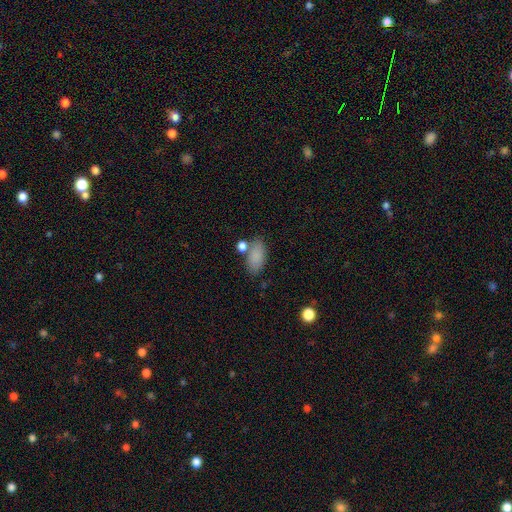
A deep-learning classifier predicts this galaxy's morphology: Q: Smooth or featured?
A: smooth (85%); runner-up: star or artifact (8%)
Q: How rounded?
A: in between (91%); runner-up: round (4%)
Q: Merging?
A: none (67%); runner-up: minor disturbance (14%)